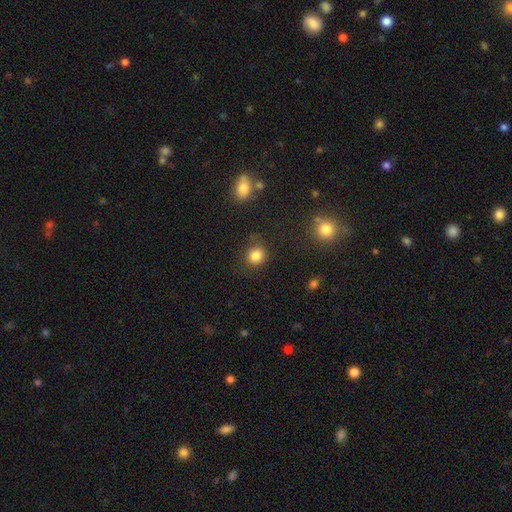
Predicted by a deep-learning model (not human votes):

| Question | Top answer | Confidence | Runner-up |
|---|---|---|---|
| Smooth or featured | smooth | 84% | star or artifact (12%) |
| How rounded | round | 81% | in between (18%) |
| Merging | none | 78% | minor disturbance (14%) |